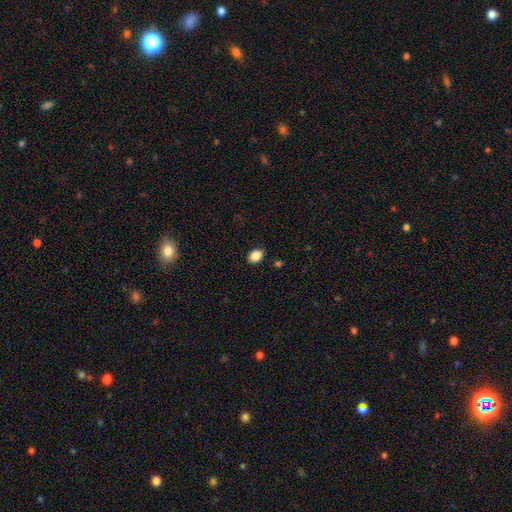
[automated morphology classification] smooth 87%, star or artifact 9%, featured or disk 4%. Down the decision tree: how rounded — in between (77%); merging — none (88%).